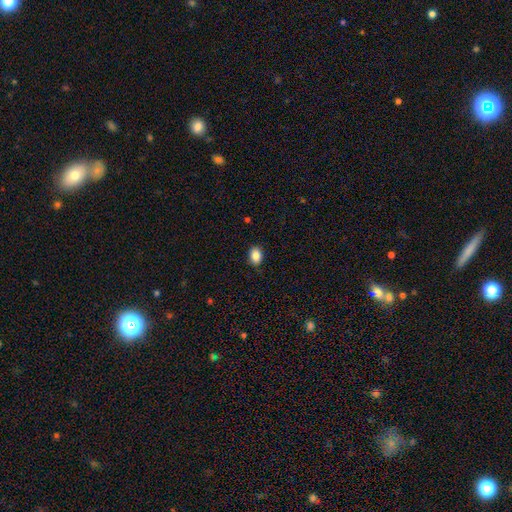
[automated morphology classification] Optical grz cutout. It shows a smooth galaxy with no disk features (87%) that is in between round and cigar-shaped (69%). Merging: none (87%).